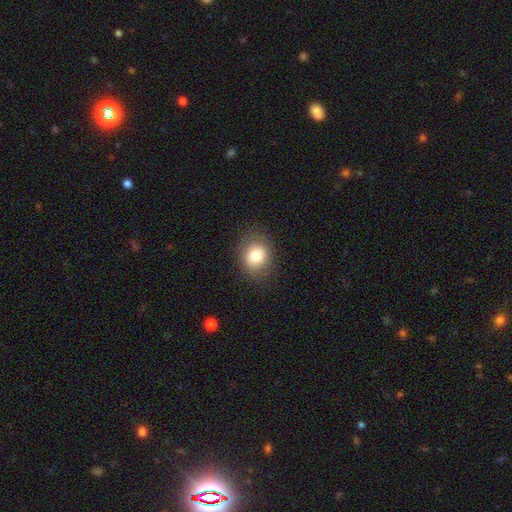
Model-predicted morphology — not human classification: smooth 80%, featured or disk 10%, star or artifact 10%. Down the decision tree: how rounded — round (60%); merging — none (85%).